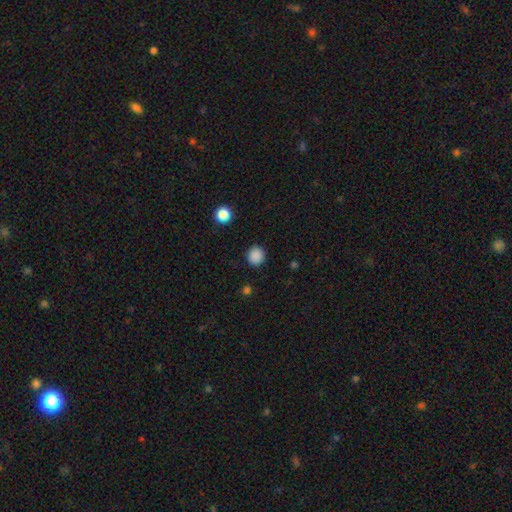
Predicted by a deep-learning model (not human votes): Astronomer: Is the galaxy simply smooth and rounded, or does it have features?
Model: smooth — 87%.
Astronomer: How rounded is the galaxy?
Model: round — 93%.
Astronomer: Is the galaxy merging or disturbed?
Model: none — 91%.